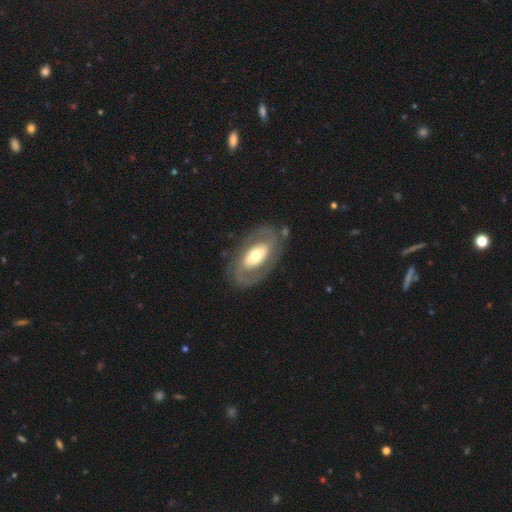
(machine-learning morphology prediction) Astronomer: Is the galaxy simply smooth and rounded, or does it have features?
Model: featured or disk — 75%.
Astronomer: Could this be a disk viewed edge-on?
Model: no — 95%.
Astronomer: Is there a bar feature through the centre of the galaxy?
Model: no — 49% (runner-up: weak, 26%).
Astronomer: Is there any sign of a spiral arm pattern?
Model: yes — 77%.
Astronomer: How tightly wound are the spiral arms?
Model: medium — 41%, tied with tight at 41%.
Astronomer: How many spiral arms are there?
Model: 2 — 84%.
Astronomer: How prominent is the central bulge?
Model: moderate — 57%.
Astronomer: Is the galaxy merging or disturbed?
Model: none — 79%.